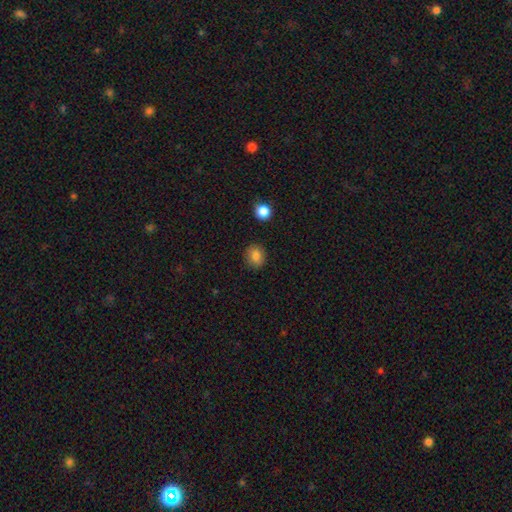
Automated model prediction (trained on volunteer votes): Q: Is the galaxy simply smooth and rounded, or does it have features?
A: smooth — 84%.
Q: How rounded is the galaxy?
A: round — 70%.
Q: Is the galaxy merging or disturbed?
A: none — 87%.